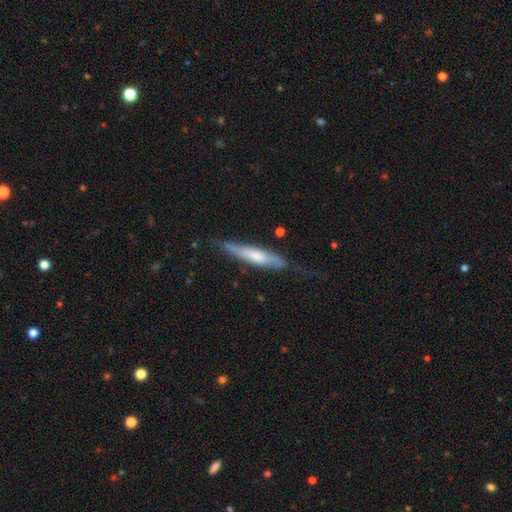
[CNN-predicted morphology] Smooth or featured? Predicted: featured or disk (p=0.48). Merging? Predicted: none (p=0.63).